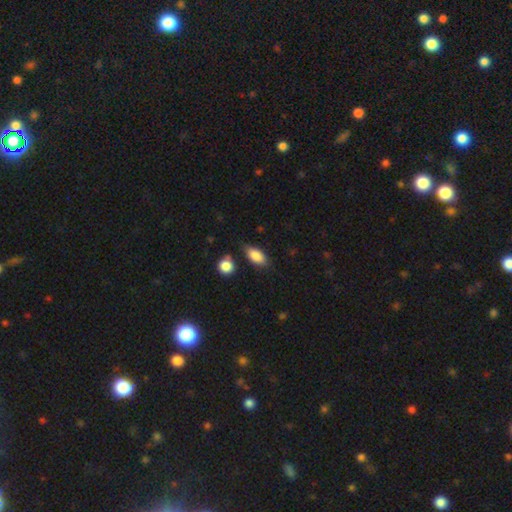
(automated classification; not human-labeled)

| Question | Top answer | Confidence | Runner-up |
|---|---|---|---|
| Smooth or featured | smooth | 86% | featured or disk (8%) |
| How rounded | in between | 88% | cigar-shaped (7%) |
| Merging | none | 74% | minor disturbance (18%) |